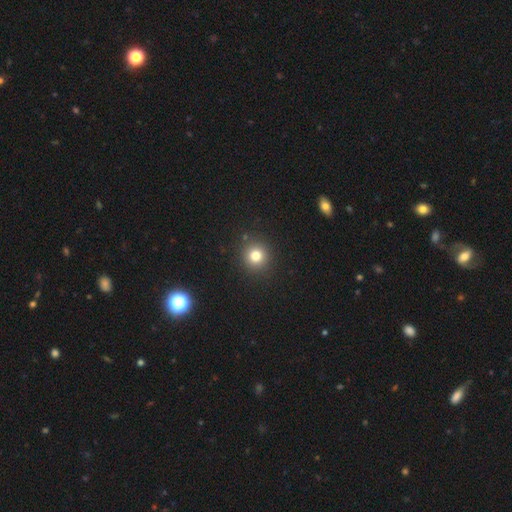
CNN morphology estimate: Overall: smooth (79%). How rounded: round (92%). Merging: none (90%).